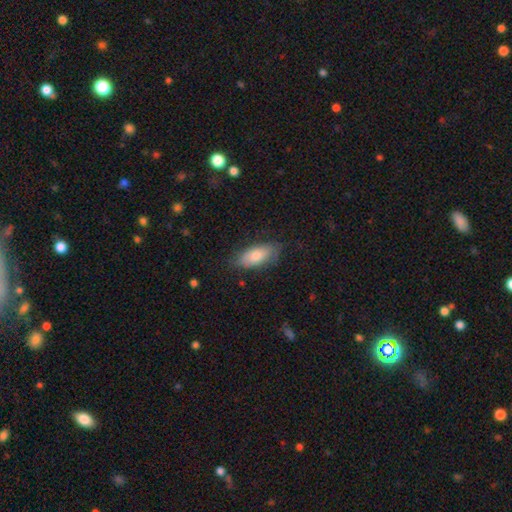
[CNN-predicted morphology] The model was most divided on "merging": none: 75%, minor disturbance: 19%, major disturbance: 5%, merger: 1%. More confident: how rounded — in between (83%); smooth or featured — smooth (75%).